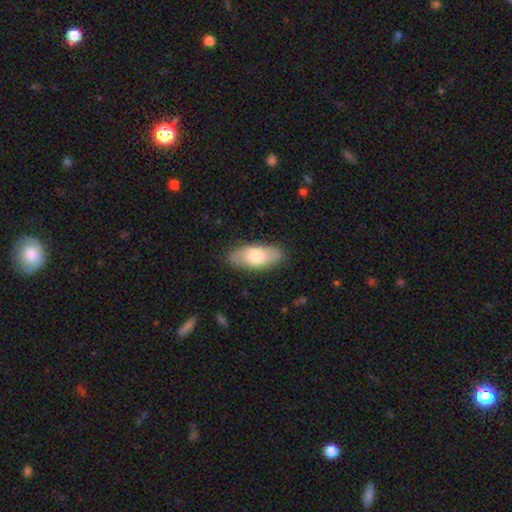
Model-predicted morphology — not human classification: This appears to be a smooth galaxy with no disk features (74%) that is in between round and cigar-shaped (85%). Merging: none (84%).